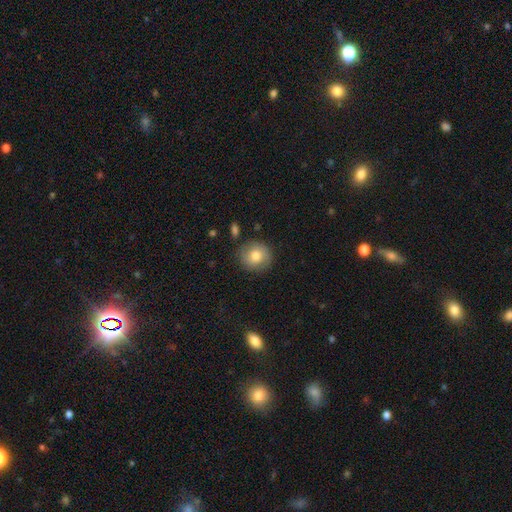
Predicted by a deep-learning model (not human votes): Smooth or featured? Predicted: smooth (p=0.77). How rounded? Predicted: round (p=0.87). Merging? Predicted: none (p=0.84).